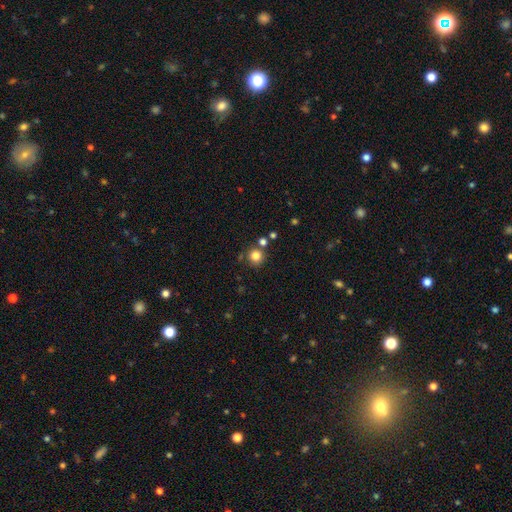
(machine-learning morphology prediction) A smooth galaxy with no disk features (82%) that is round (93%).

Vote fractions:
- Smooth or featured? smooth: 82% / star or artifact: 13% / featured or disk: 6%
- How rounded? round: 93% / in between: 6% / cigar-shaped: 1%
- Merging? none: 79% / merger: 9% / minor disturbance: 8% / major disturbance: 3%